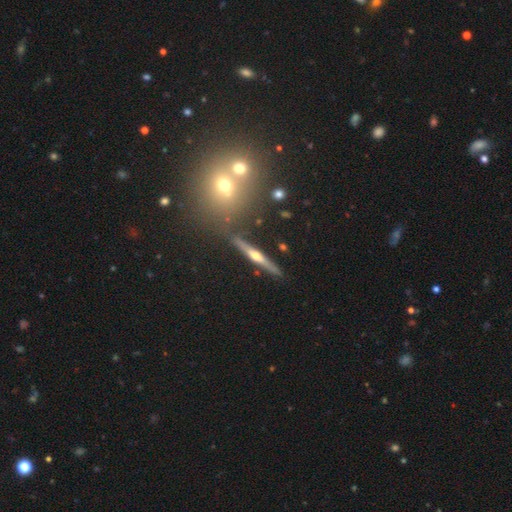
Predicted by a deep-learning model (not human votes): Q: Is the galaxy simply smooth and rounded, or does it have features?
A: featured or disk — 65%.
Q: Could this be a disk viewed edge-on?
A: yes — 94%.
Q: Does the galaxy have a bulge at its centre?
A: rounded — 85%.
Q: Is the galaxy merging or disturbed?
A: none — 83%.